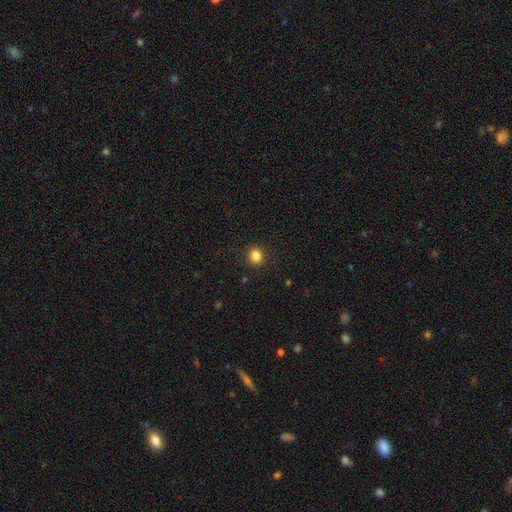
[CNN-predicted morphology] This appears to be a smooth galaxy with no disk features (85%) that is round (66%). Merging: none (89%).